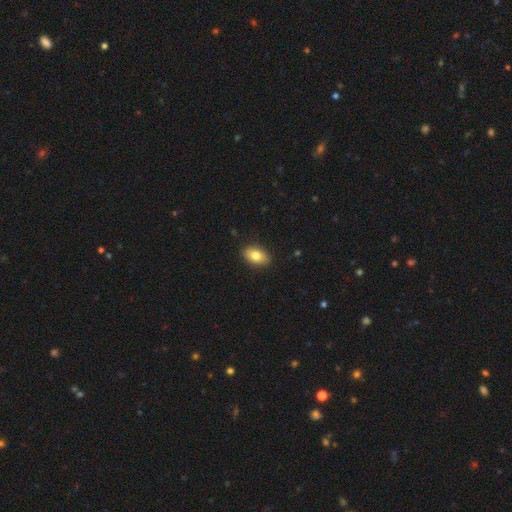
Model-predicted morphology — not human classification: Q: Smooth or featured?
A: smooth (80%); runner-up: featured or disk (12%)
Q: How rounded?
A: in between (88%); runner-up: round (9%)
Q: Merging?
A: none (88%); runner-up: minor disturbance (9%)